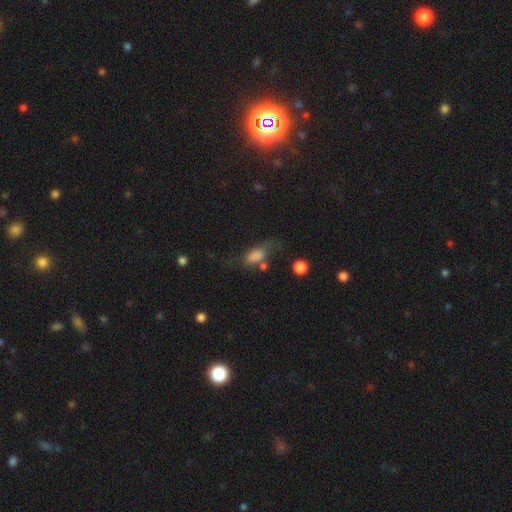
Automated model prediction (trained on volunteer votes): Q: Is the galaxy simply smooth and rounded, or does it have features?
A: smooth — 75%.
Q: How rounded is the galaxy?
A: in between — 80%.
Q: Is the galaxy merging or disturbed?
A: none — 40%.